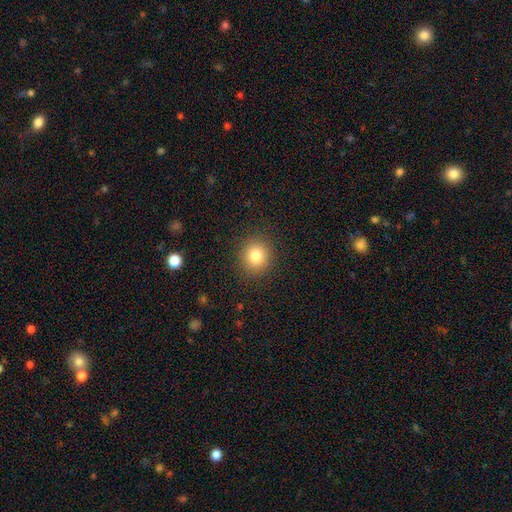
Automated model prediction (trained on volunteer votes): A smooth galaxy with no disk features (82%) that is round (85%).

Vote fractions:
- Smooth or featured? smooth: 82% / star or artifact: 11% / featured or disk: 7%
- How rounded? round: 85% / in between: 14% / cigar-shaped: 1%
- Merging? none: 89% / minor disturbance: 7% / major disturbance: 3% / merger: 1%